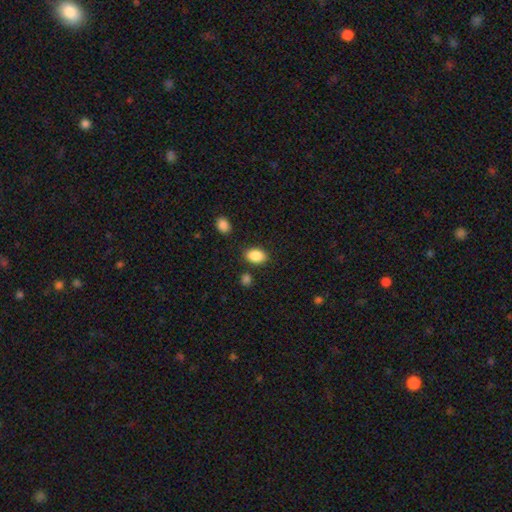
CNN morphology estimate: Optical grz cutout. It shows a smooth galaxy with no disk features (88%) that is in between round and cigar-shaped (86%). Merging: none (82%).